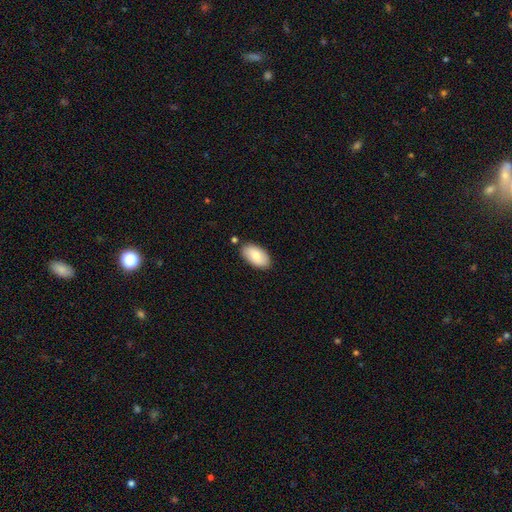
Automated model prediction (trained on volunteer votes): A smooth galaxy with no disk features (77%) that is in between round and cigar-shaped (95%). Merging: none (83%).